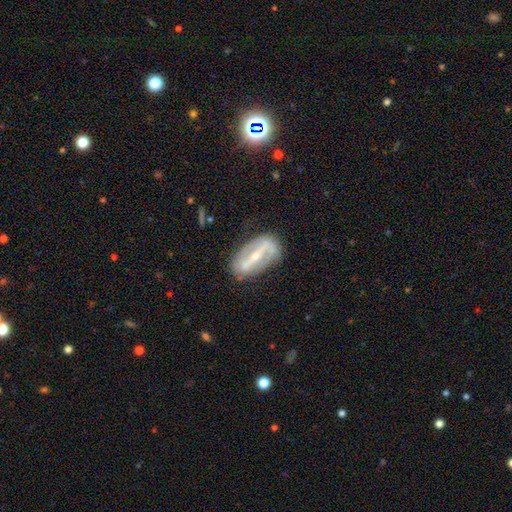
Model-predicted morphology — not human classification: featured or disk 78%, smooth 16%, star or artifact 6%. Down the decision tree: edge-on disk — no (85%); bar — strong (79%); spiral arms — yes (55%); bulge size — small (59%); merging — none (78%).